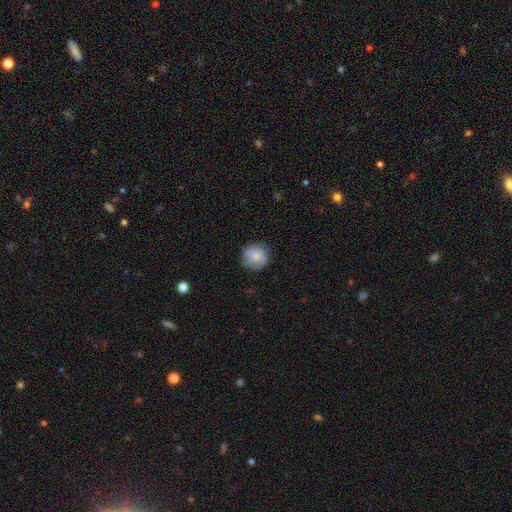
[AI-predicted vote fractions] This is likely a smooth galaxy (71%). How rounded: clearly round (89%). Merging: likely none (74%).